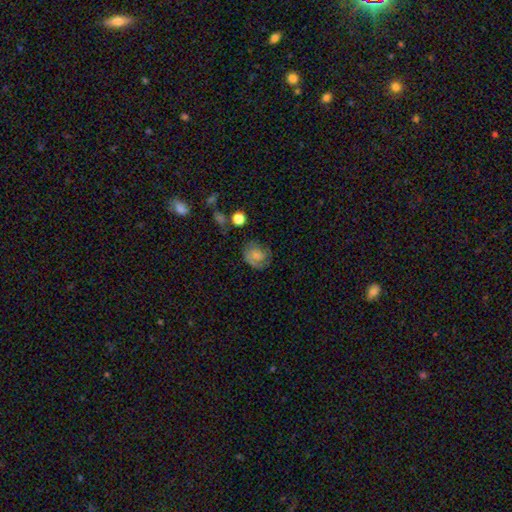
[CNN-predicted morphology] Smooth or featured?
  - smooth: 51% *
  - featured or disk: 39%
  - star or artifact: 10%
How rounded?
  - in between: 52% *
  - round: 47%
  - cigar-shaped: 1%
Merging?
  - none: 55% *
  - minor disturbance: 25%
  - major disturbance: 17%
  - merger: 3%